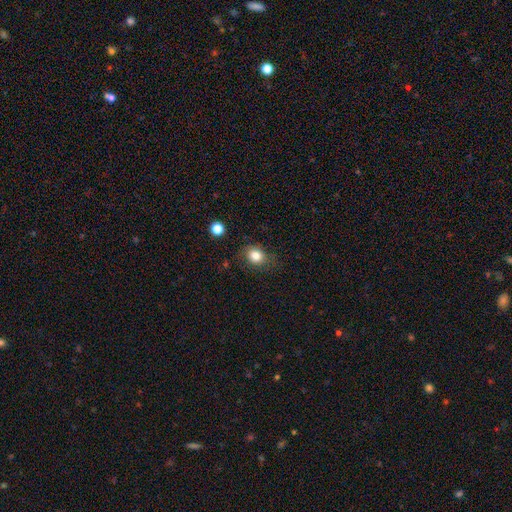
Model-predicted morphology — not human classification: type=smooth (82%); roundness=round (59%); merging=none (75%).